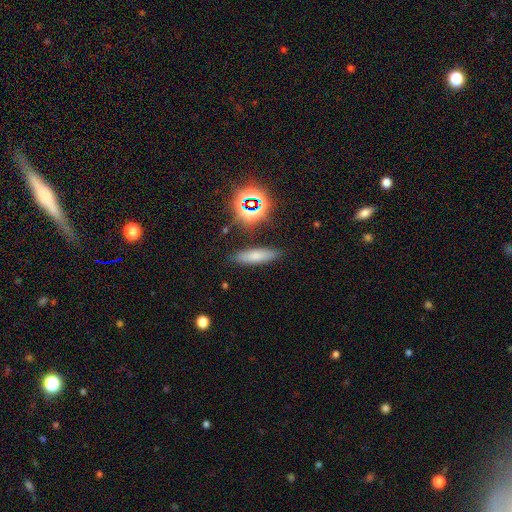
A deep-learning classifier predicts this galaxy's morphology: Smooth or featured? smooth (69%)
How rounded? cigar-shaped (60%)
Merging? none (84%)